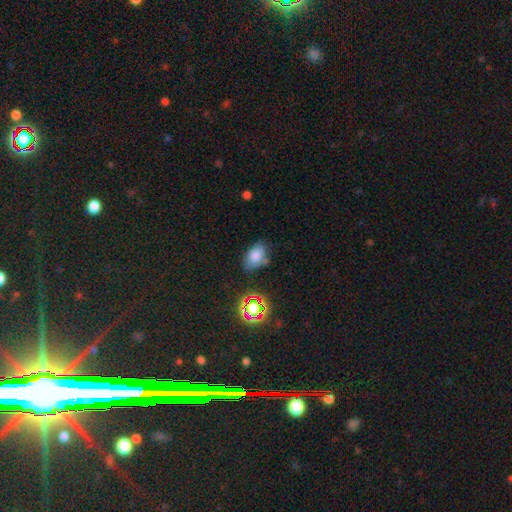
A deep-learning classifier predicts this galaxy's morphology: A smooth galaxy with no disk features (74%) that is in between round and cigar-shaped (82%).

Vote fractions:
- Smooth or featured? smooth: 74% / star or artifact: 15% / featured or disk: 11%
- How rounded? in between: 82% / round: 16% / cigar-shaped: 1%
- Merging? none: 61% / minor disturbance: 25% / major disturbance: 7% / merger: 7%